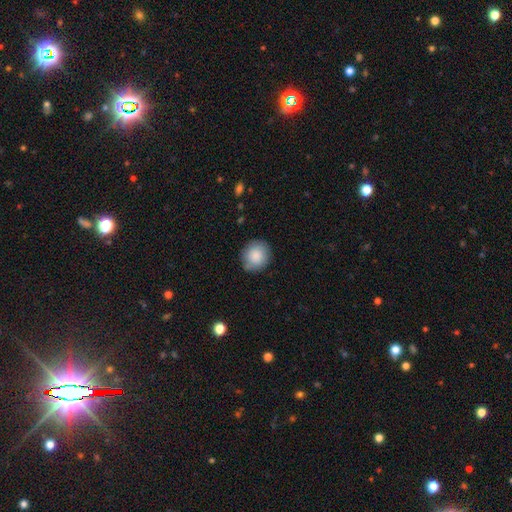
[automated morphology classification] Smooth or featured? smooth (87%)
How rounded? round (83%)
Merging? none (82%)